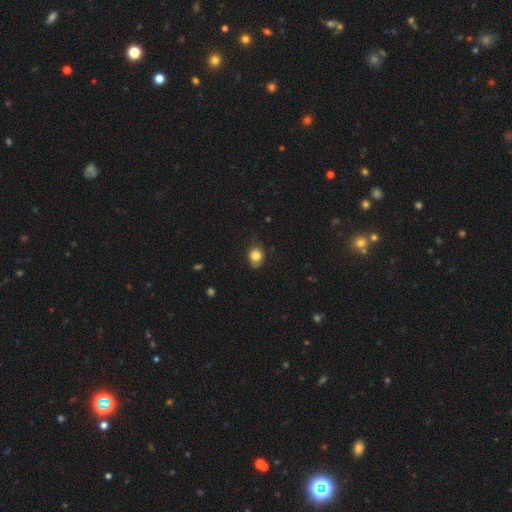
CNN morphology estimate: Smooth or featured? Predicted: smooth (p=0.81). How rounded? Predicted: in between (p=0.49, tied with round). Merging? Predicted: none (p=0.68).